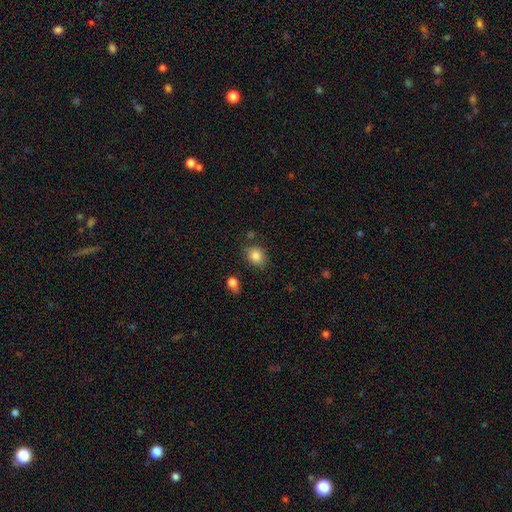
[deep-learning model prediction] The model was most divided on "how rounded": round: 54%, in between: 45%, cigar-shaped: 1%. More confident: smooth or featured — smooth (84%); merging — none (79%).